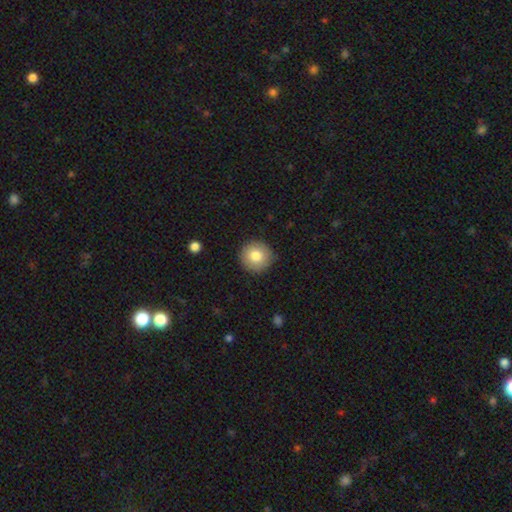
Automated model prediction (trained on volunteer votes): Overall: smooth (81%). How rounded: round (95%). Merging: none (90%).